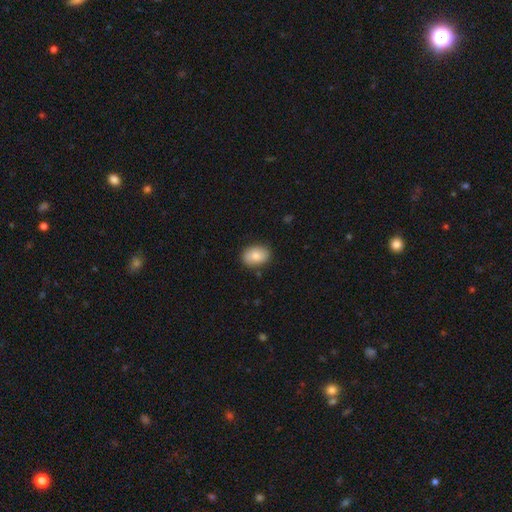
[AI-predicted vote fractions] A smooth galaxy with no disk features (83%) that is in between round and cigar-shaped (80%). Merging: none (84%).